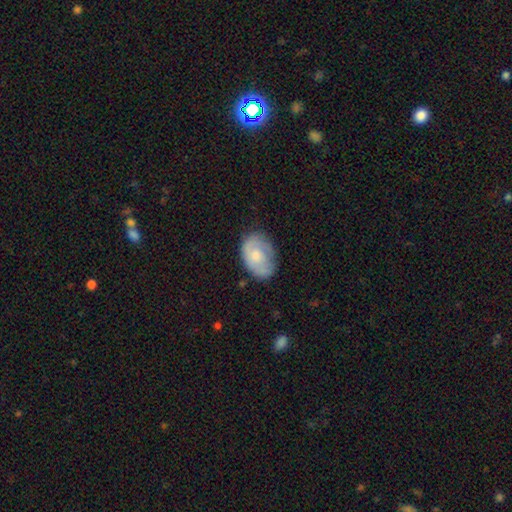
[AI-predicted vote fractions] smooth_or_featured: smooth (p=0.57) [alt: featured or disk p=0.37]
how_rounded: in between (p=0.84) [alt: round p=0.15]
merging: none (p=0.65) [alt: minor disturbance p=0.26]